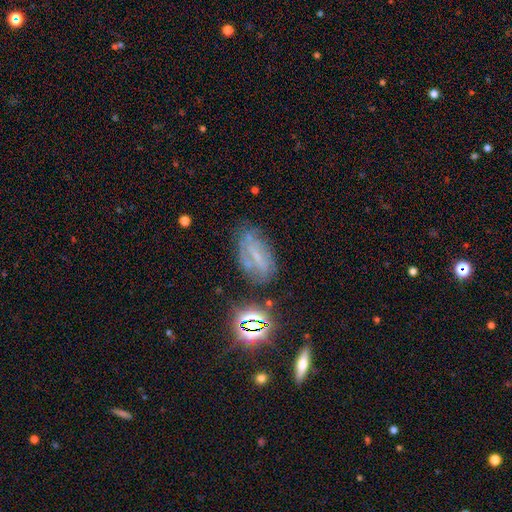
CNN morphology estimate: This appears to be a featured or disk galaxy (53%). Merging: none (62%).